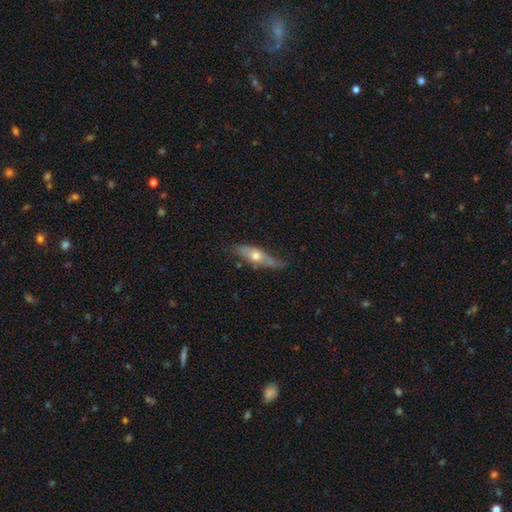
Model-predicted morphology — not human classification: Q: Smooth or featured?
A: featured or disk (53%); runner-up: smooth (40%)
Q: Edge-on disk?
A: yes (73%); runner-up: no (27%)
Q: Merging?
A: none (65%); runner-up: minor disturbance (27%)